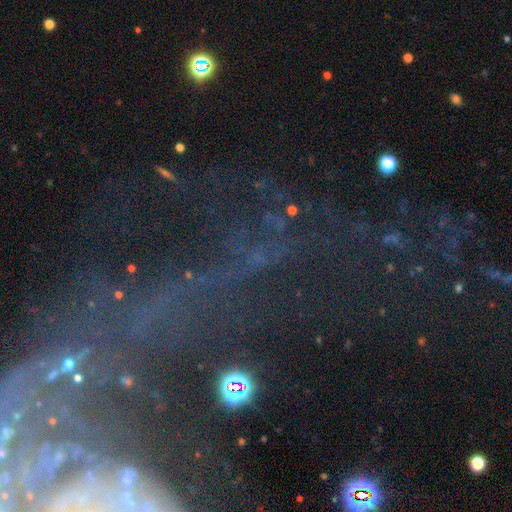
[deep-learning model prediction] Overall: star or artifact (72%).